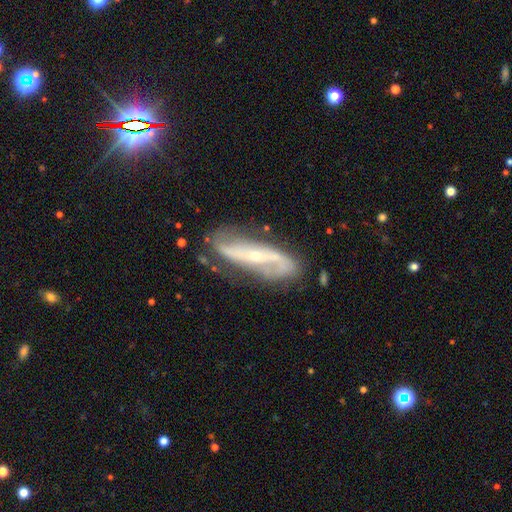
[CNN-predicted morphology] type=featured or disk (84%); edge-on=no (84%); bar=no (40%); spiral arms=yes (91%); winding=loose (52%); arm count=2 (88%); bulge=small (76%); merging=none (69%).